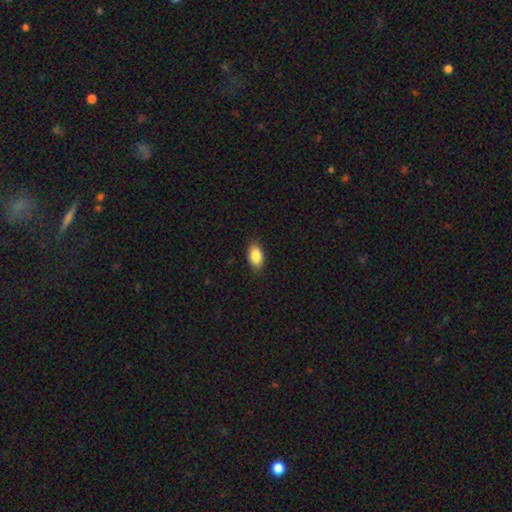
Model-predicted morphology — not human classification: smooth 86%, star or artifact 7%, featured or disk 7%. Down the decision tree: how rounded — in between (90%); merging — none (87%).